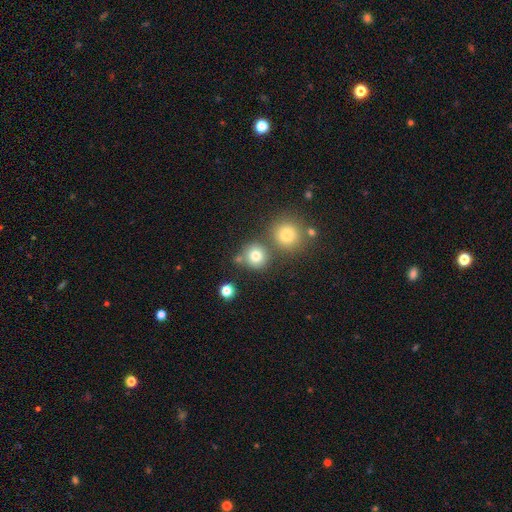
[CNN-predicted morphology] A smooth galaxy with no disk features (79%) that is round (90%). Merging: none (68%).